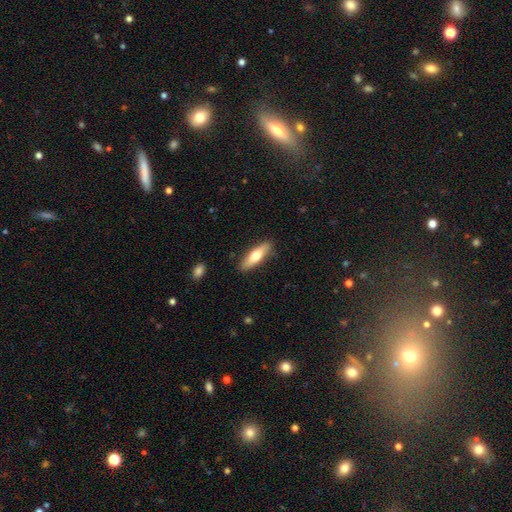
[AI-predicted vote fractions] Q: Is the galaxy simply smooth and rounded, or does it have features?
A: smooth — 64%.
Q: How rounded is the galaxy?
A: cigar-shaped — 61%.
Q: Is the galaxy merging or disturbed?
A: none — 86%.